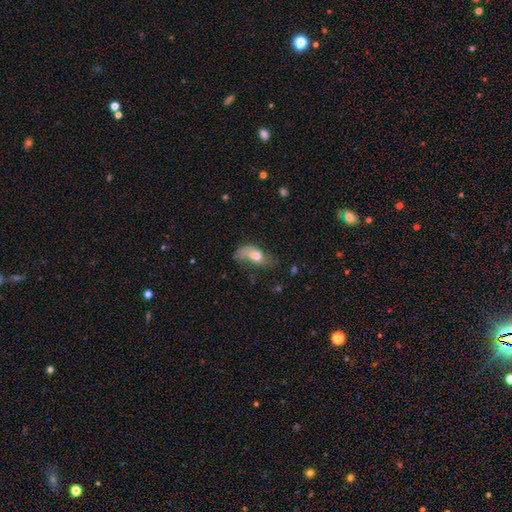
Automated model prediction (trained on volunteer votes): Smooth or featured: smooth — 58% (featured or disk — 33%)
How rounded: in between — 85% (cigar-shaped — 8%)
Merging: none — 37% (minor disturbance — 31%)